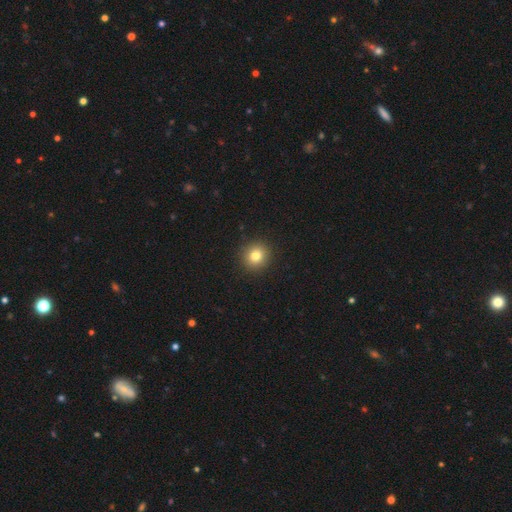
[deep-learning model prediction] Smooth or featured?
  - smooth: 81% *
  - star or artifact: 12%
  - featured or disk: 7%
How rounded?
  - round: 88% *
  - in between: 11%
  - cigar-shaped: 1%
Merging?
  - none: 92% *
  - minor disturbance: 6%
  - major disturbance: 2%
  - merger: 1%